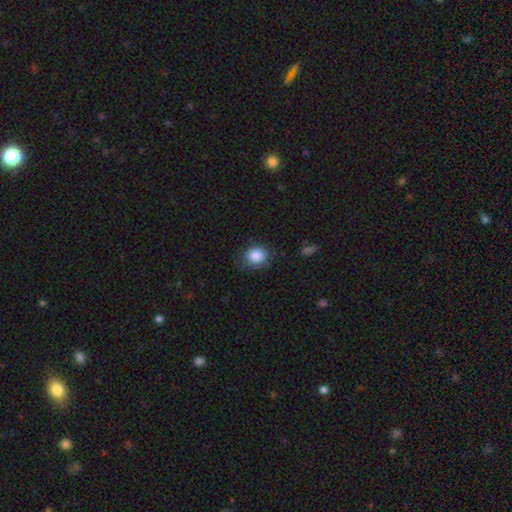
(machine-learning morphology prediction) A smooth galaxy with no disk features (86%) that is round (61%).

Vote fractions:
- Smooth or featured? smooth: 86% / star or artifact: 8% / featured or disk: 7%
- How rounded? round: 61% / in between: 38% / cigar-shaped: 1%
- Merging? none: 69% / minor disturbance: 23% / major disturbance: 7% / merger: 1%